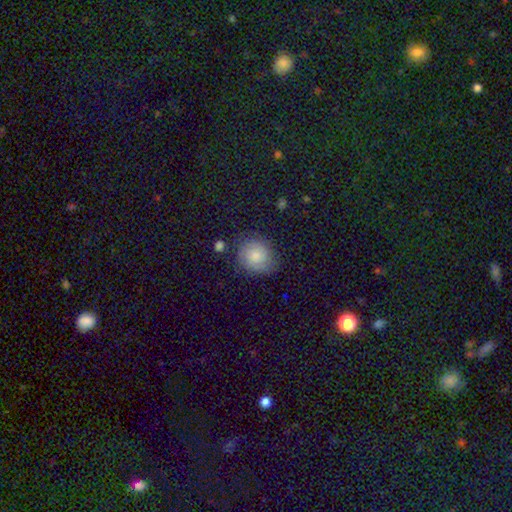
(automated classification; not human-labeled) The model was most divided on "merging": none: 71%, minor disturbance: 21%, major disturbance: 6%, merger: 2%. More confident: how rounded — round (78%); smooth or featured — smooth (71%).